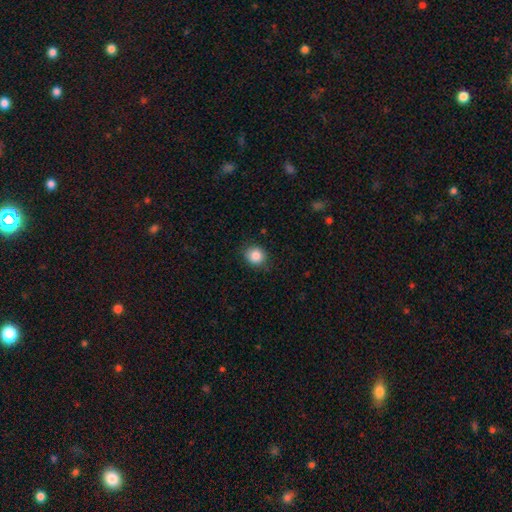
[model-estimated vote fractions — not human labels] Smooth or featured?
  - smooth: 86% *
  - star or artifact: 9%
  - featured or disk: 4%
How rounded?
  - round: 80% *
  - in between: 19%
  - cigar-shaped: 1%
Merging?
  - none: 86% *
  - minor disturbance: 11%
  - major disturbance: 2%
  - merger: 1%